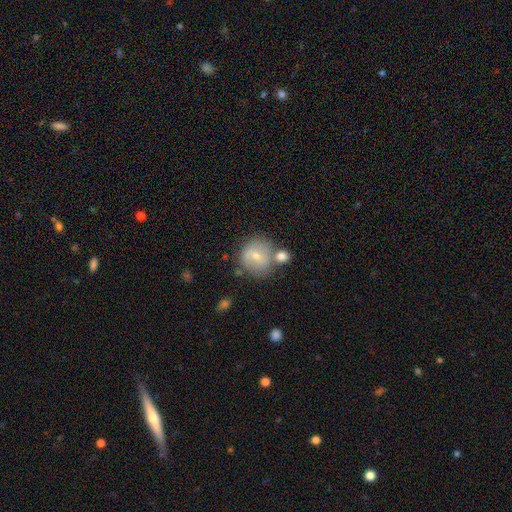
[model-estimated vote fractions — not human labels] This is likely a smooth galaxy (65%). How rounded: clearly round (88%). Merging: possibly none (53%).